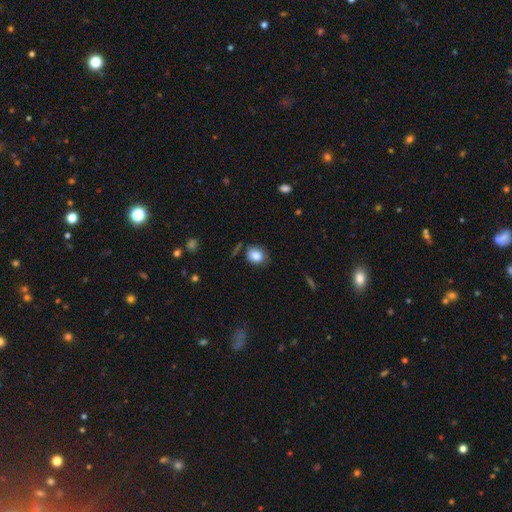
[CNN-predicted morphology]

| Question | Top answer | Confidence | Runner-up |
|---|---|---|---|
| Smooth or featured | smooth | 83% | star or artifact (9%) |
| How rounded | round | 56% | in between (43%) |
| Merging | none | 72% | minor disturbance (19%) |